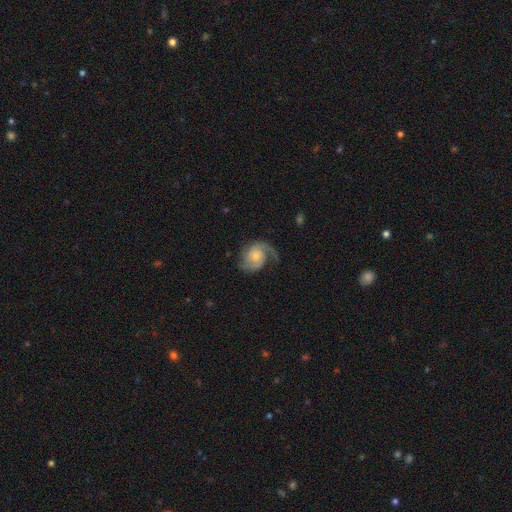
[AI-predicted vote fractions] Smooth or featured? Predicted: featured or disk (p=0.82). Edge-on disk? Predicted: no (p=0.98). Bar? Predicted: no (p=0.71). Spiral arms? Predicted: yes (p=0.96). Spiral winding? Predicted: medium (p=0.45). Spiral arm count? Predicted: 2 (p=0.65). Bulge size? Predicted: small (p=0.55). Merging? Predicted: none (p=0.60).